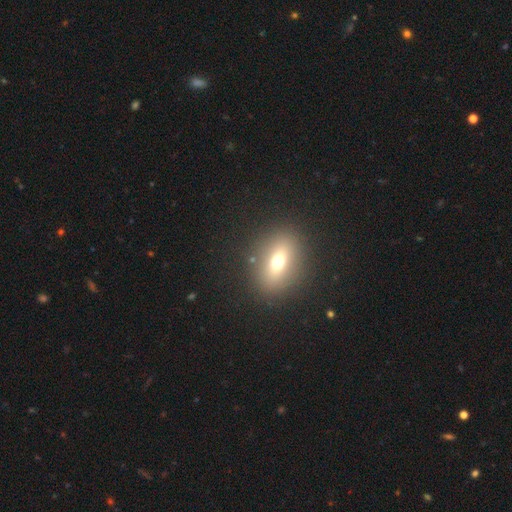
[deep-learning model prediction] A smooth galaxy with no disk features (54%) that is in between round and cigar-shaped (66%). Merging: none (88%).